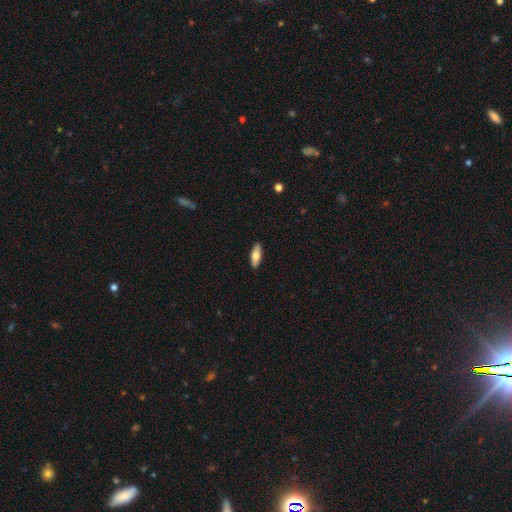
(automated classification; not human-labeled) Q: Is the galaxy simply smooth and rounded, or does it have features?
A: smooth — 71%.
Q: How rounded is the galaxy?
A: in between — 67%.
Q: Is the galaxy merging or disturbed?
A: none — 90%.